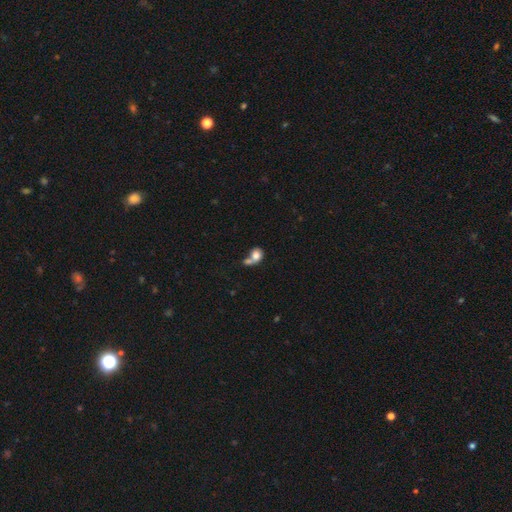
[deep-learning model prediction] smooth 78%, featured or disk 13%, star or artifact 9%. Down the decision tree: how rounded — round (58%); merging — merger (59%).